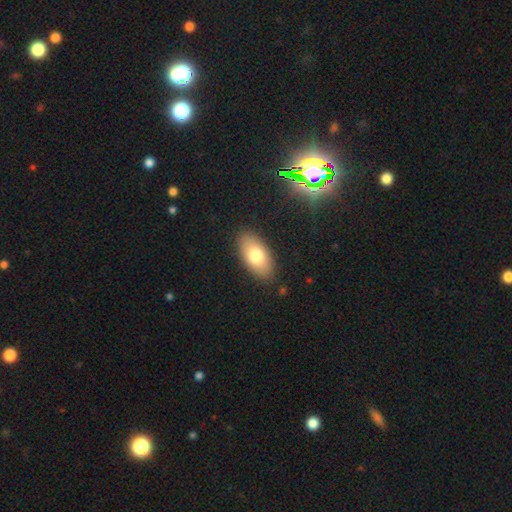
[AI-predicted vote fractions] A smooth galaxy with no disk features (76%) that is in between round and cigar-shaped (93%).

Vote fractions:
- Smooth or featured? smooth: 76% / featured or disk: 17% / star or artifact: 7%
- How rounded? in between: 93% / cigar-shaped: 4% / round: 3%
- Merging? none: 87% / minor disturbance: 9% / major disturbance: 3% / merger: 1%